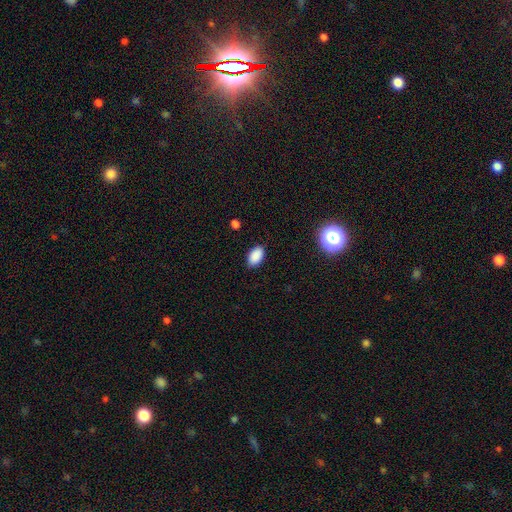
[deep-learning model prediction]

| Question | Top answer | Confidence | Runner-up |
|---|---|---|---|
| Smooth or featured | smooth | 88% | star or artifact (9%) |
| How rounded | in between | 91% | round (8%) |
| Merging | none | 87% | minor disturbance (10%) |